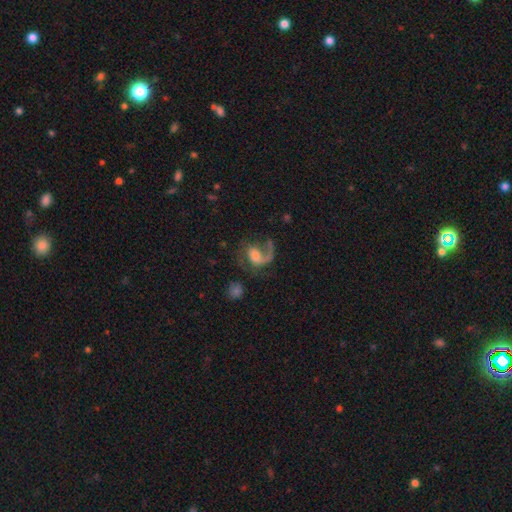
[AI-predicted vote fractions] smooth_or_featured: featured or disk (p=0.77) [alt: smooth p=0.16]
disk_edge_on: no (p=0.97) [alt: yes p=0.03]
bar: no (p=0.54) [alt: weak p=0.36]
has_spiral_arms: yes (p=0.93) [alt: no p=0.07]
spiral_winding: loose (p=0.45) [alt: medium p=0.42]
spiral_arm_count: 1 (p=0.66) [alt: 2 p=0.27]
bulge_size: moderate (p=0.38) [alt: small p=0.28]
merging: none (p=0.43) [alt: major disturbance p=0.36]